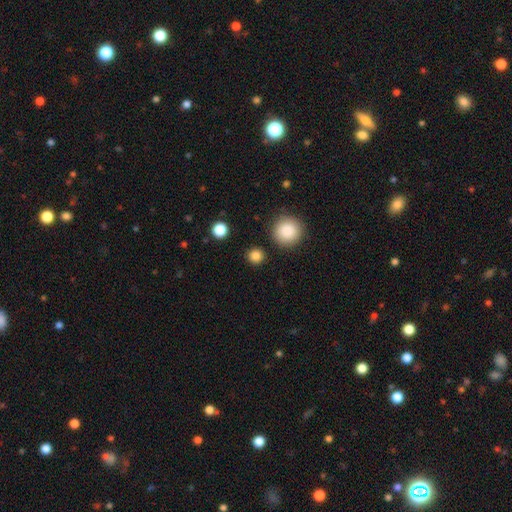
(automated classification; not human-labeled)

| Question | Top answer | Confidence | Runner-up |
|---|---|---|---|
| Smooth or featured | smooth | 84% | star or artifact (12%) |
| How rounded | round | 94% | in between (5%) |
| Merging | none | 89% | minor disturbance (6%) |